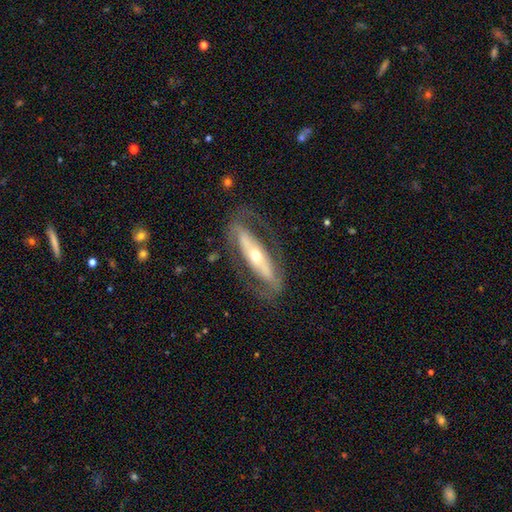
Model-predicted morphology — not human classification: Q: Smooth or featured?
A: featured or disk (75%); runner-up: smooth (19%)
Q: Edge-on disk?
A: no (71%); runner-up: yes (29%)
Q: Bar?
A: strong (46%); runner-up: no (39%)
Q: Spiral arms?
A: yes (55%); runner-up: no (45%)
Q: Bulge size?
A: small (48%); runner-up: moderate (45%)
Q: Merging?
A: none (72%); runner-up: minor disturbance (14%)